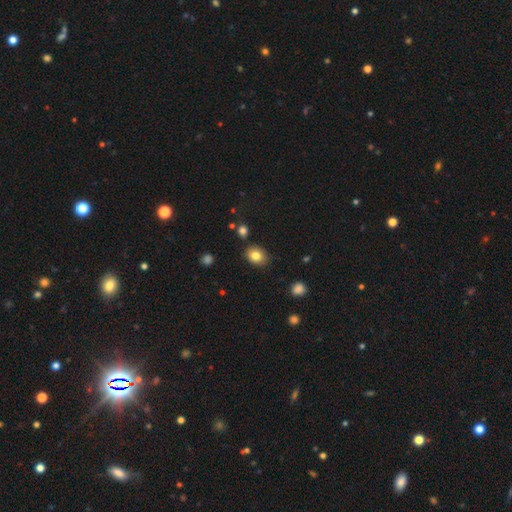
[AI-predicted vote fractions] Overall: smooth (82%). How rounded: in between (60%; round 39%). Merging: none (84%).